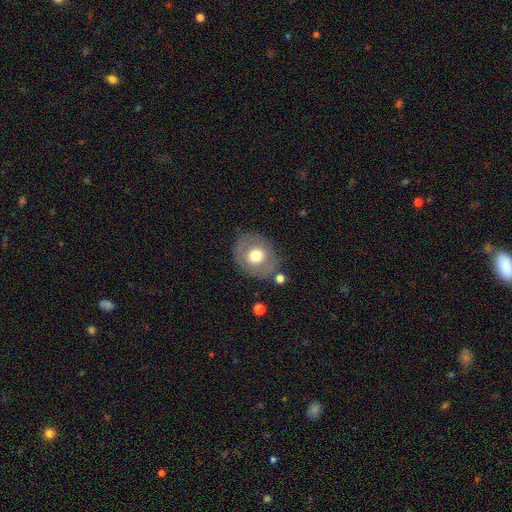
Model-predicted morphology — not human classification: Smooth or featured? Predicted: smooth (p=0.59). How rounded? Predicted: round (p=0.70). Merging? Predicted: none (p=0.79).